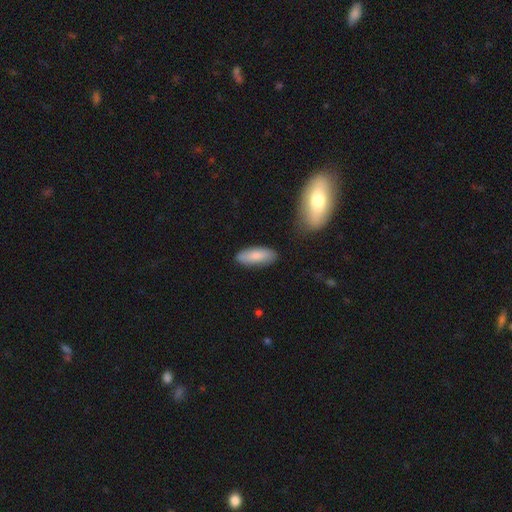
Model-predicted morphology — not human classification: The model was most divided on "how rounded": in between: 65%, cigar-shaped: 33%, round: 2%. More confident: merging — none (84%); smooth or featured — smooth (83%).